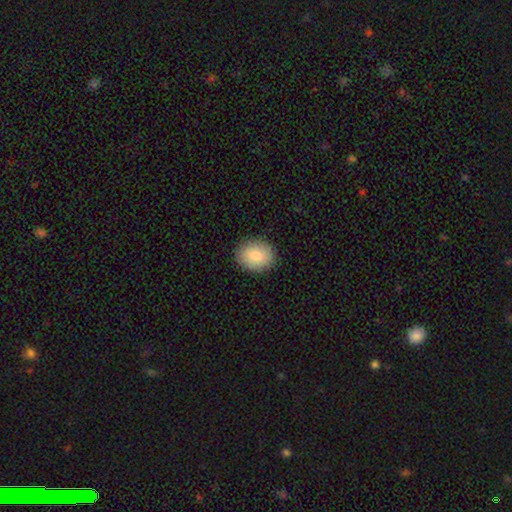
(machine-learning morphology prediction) Smooth or featured?
  - smooth: 84% *
  - featured or disk: 9%
  - star or artifact: 7%
How rounded?
  - in between: 52% *
  - round: 47%
  - cigar-shaped: 1%
Merging?
  - none: 89% *
  - minor disturbance: 8%
  - major disturbance: 2%
  - merger: 1%